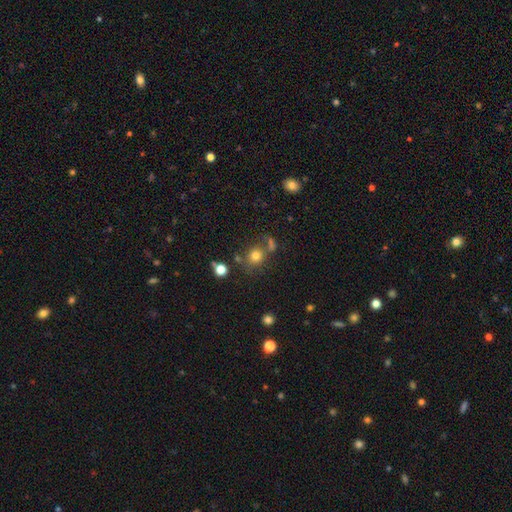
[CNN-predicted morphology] This is likely a smooth galaxy (76%). How rounded: clearly round (81%). Merging: likely none (66%).